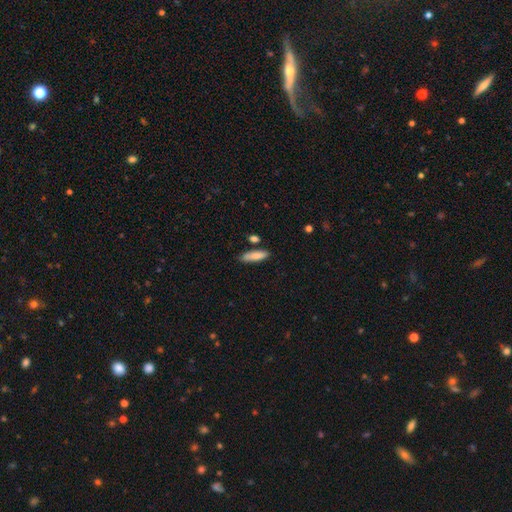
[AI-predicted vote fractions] Q: Smooth or featured?
A: smooth (85%); runner-up: featured or disk (9%)
Q: How rounded?
A: cigar-shaped (67%); runner-up: in between (31%)
Q: Merging?
A: none (78%); runner-up: minor disturbance (14%)